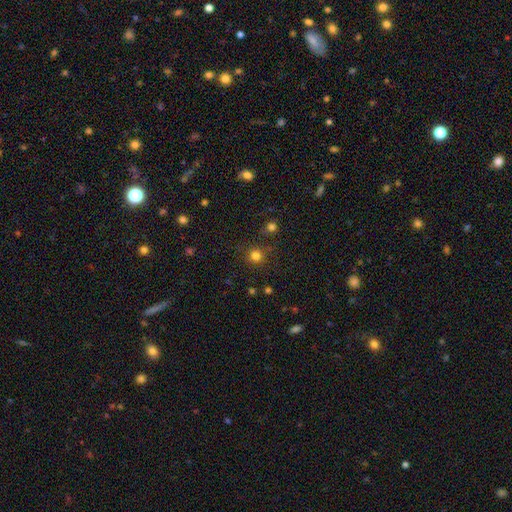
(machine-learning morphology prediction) Smooth or featured? Predicted: smooth (p=0.78). How rounded? Predicted: round (p=0.94). Merging? Predicted: none (p=0.85).